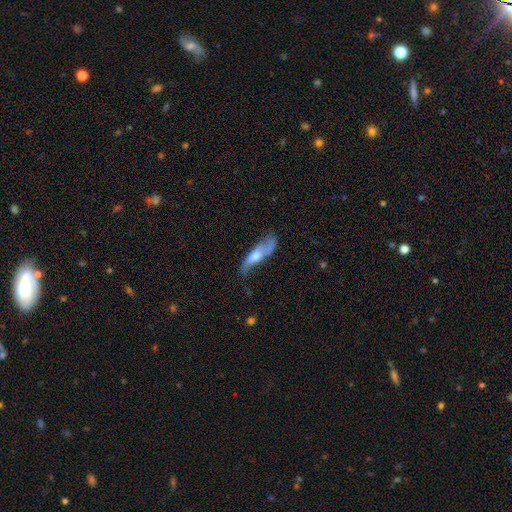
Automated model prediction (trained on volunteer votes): Q: Smooth or featured?
A: featured or disk (50%); runner-up: smooth (44%)
Q: Edge-on disk?
A: no (53%); runner-up: yes (47%)
Q: Merging?
A: none (44%); runner-up: minor disturbance (30%)